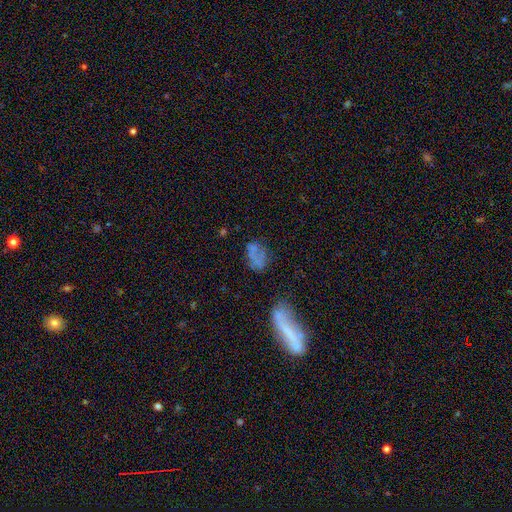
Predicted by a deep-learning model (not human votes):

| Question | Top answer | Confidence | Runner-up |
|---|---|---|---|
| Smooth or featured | smooth | 50% | featured or disk (32%) |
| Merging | none | 44% | major disturbance (22%) |